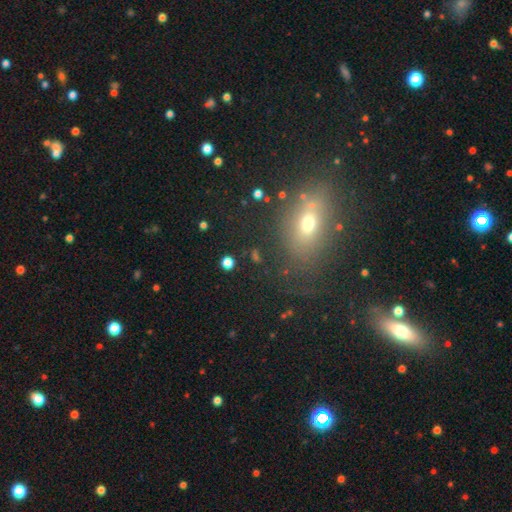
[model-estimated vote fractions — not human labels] A smooth galaxy with no disk features (53%) that is in between round and cigar-shaped (59%).

Vote fractions:
- Smooth or featured? smooth: 53% / star or artifact: 30% / featured or disk: 16%
- How rounded? in between: 59% / round: 36% / cigar-shaped: 5%
- Merging? none: 73% / minor disturbance: 13% / major disturbance: 7% / merger: 6%